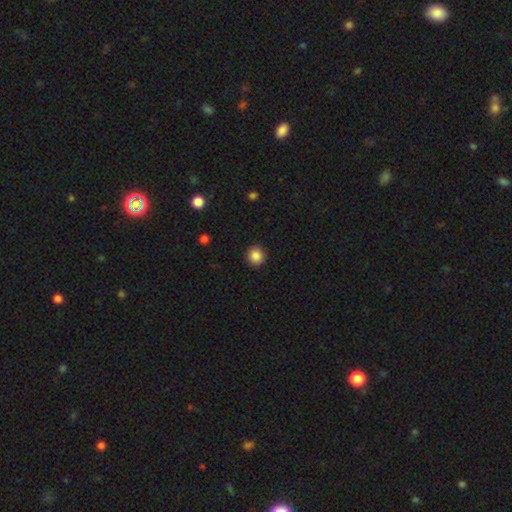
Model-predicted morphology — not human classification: Smooth or featured? smooth (87%)
How rounded? round (92%)
Merging? none (92%)